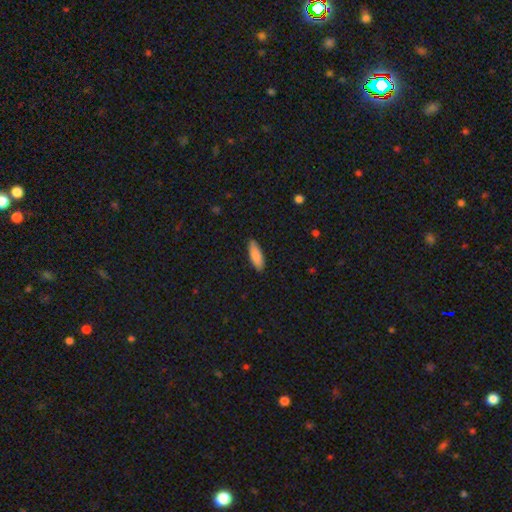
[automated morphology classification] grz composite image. It shows a smooth galaxy with no disk features (86%) that is in between round and cigar-shaped (62%). Merging: none (86%).